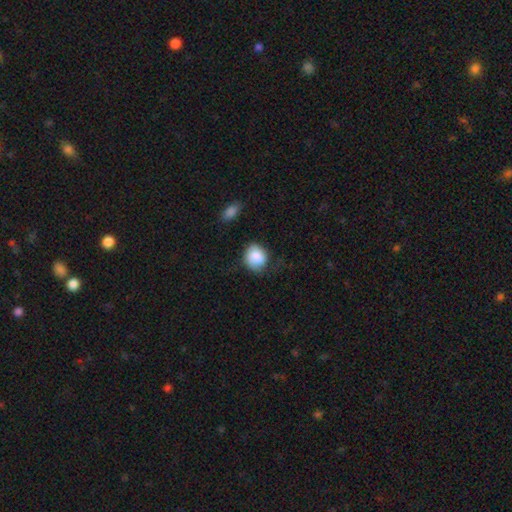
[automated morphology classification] Overall: smooth (82%). How rounded: round (73%). Merging: none (61%; minor disturbance 28%).